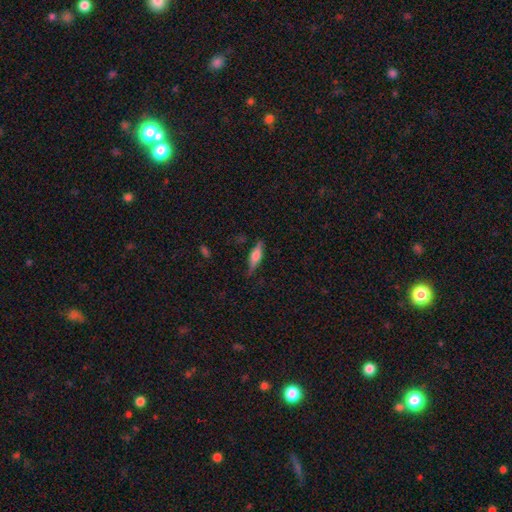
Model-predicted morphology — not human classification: smooth_or_featured: featured or disk (p=0.50) [alt: smooth p=0.44]
merging: none (p=0.81) [alt: minor disturbance p=0.14]